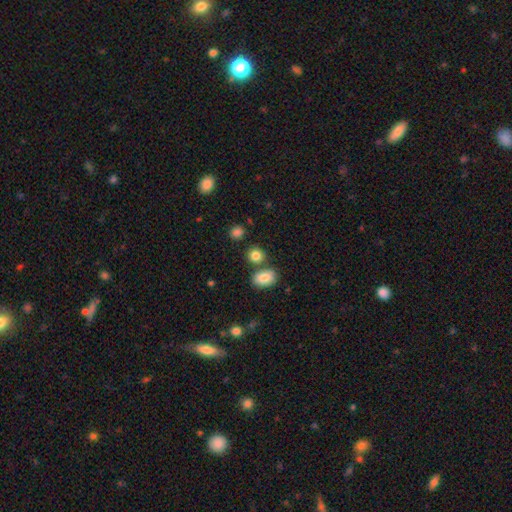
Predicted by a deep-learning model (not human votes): Overall: smooth (84%). How rounded: round (70%). Merging: none (69%).